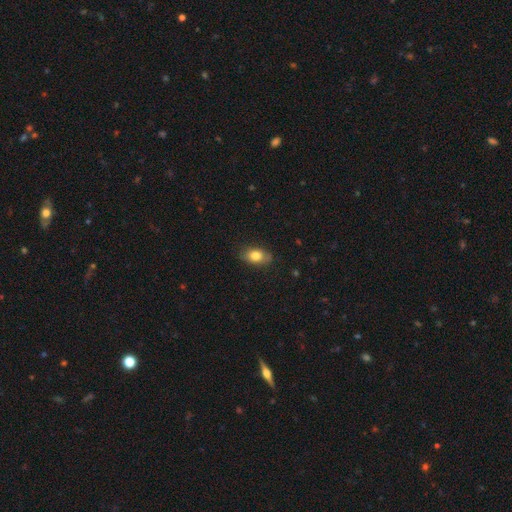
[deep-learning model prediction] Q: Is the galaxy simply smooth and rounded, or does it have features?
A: smooth — 78%.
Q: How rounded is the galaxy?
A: in between — 85%.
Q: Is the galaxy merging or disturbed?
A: none — 78%.